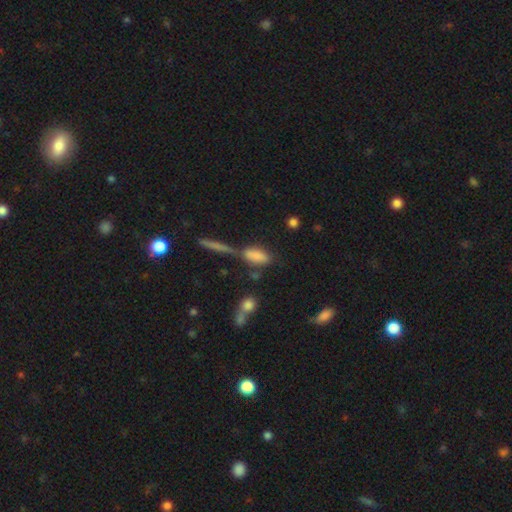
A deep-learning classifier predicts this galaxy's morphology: Smooth or featured?
  - smooth: 78% *
  - featured or disk: 12%
  - star or artifact: 10%
How rounded?
  - in between: 75% *
  - cigar-shaped: 21%
  - round: 5%
Merging?
  - none: 46% *
  - merger: 30%
  - minor disturbance: 16%
  - major disturbance: 8%